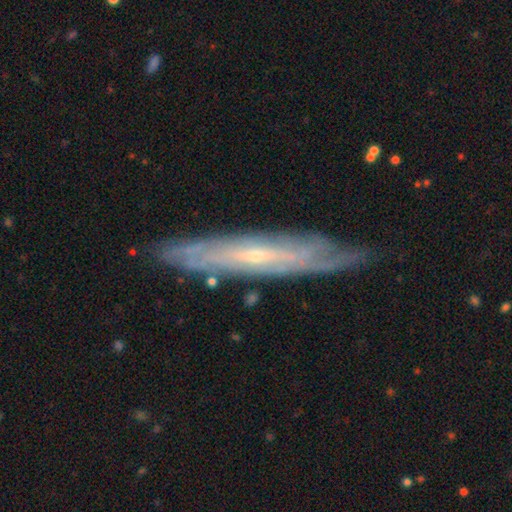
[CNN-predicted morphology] Smooth or featured?
  - featured or disk: 80% *
  - smooth: 14%
  - star or artifact: 6%
Edge-on disk?
  - yes: 51% *
  - no: 49%
Merging?
  - none: 80% *
  - minor disturbance: 16%
  - major disturbance: 3%
  - merger: 1%